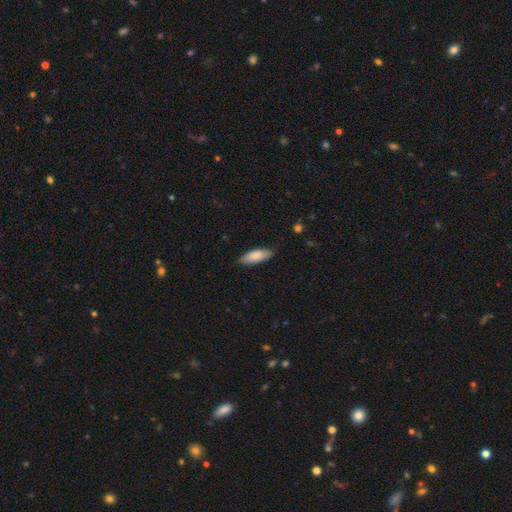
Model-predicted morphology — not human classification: smooth-or-featured: smooth: 86% | featured or disk: 9% | star or artifact: 5%
  how-rounded: in between: 64% | cigar-shaped: 34% | round: 2%
  merging: none: 85% | minor disturbance: 12% | major disturbance: 2% | merger: 1%